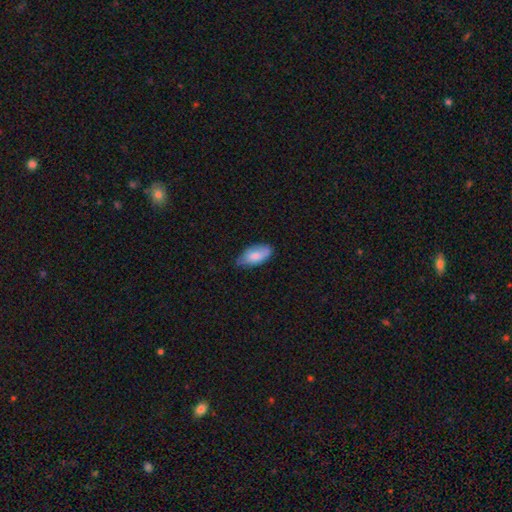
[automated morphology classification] A smooth galaxy with no disk features (78%) that is in between round and cigar-shaped (91%).

Vote fractions:
- Smooth or featured? smooth: 78% / featured or disk: 16% / star or artifact: 6%
- How rounded? in between: 91% / cigar-shaped: 6% / round: 2%
- Merging? none: 62% / minor disturbance: 32% / major disturbance: 5% / merger: 1%